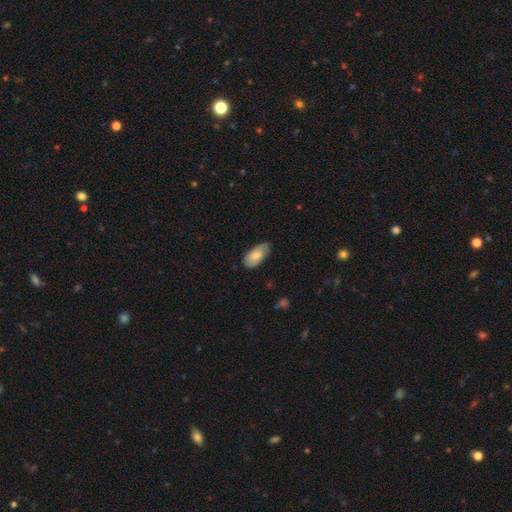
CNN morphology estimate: Q: Smooth or featured?
A: smooth (75%); runner-up: featured or disk (19%)
Q: How rounded?
A: in between (94%); runner-up: cigar-shaped (4%)
Q: Merging?
A: none (70%); runner-up: minor disturbance (25%)